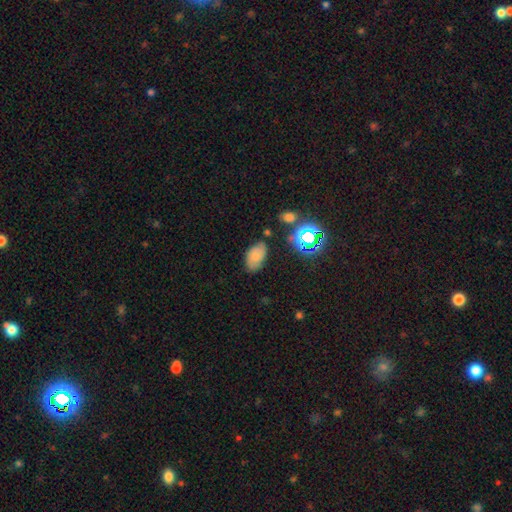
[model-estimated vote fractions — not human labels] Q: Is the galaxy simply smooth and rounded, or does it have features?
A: smooth — 66%.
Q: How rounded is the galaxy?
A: in between — 92%.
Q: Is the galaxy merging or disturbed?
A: none — 70%.